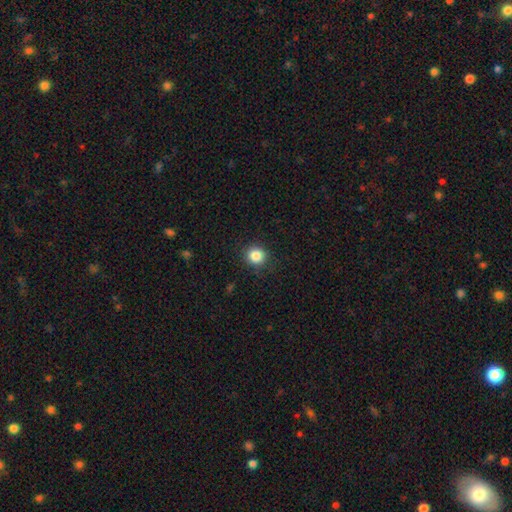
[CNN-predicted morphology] The model was most divided on "smooth or featured": smooth: 85%, star or artifact: 11%, featured or disk: 4%. More confident: merging — none (89%); how rounded — round (89%).